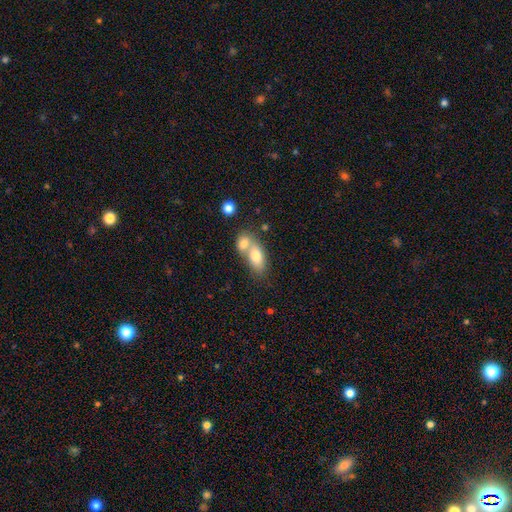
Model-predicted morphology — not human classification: The model was most divided on "merging": merger: 60%, none: 28%, minor disturbance: 8%, major disturbance: 4%. More confident: how rounded — in between (84%); smooth or featured — smooth (76%).